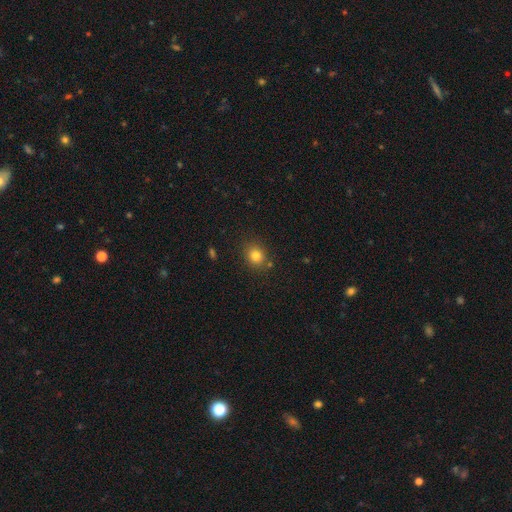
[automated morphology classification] Smooth or featured? smooth (81%)
How rounded? round (71%)
Merging? none (83%)